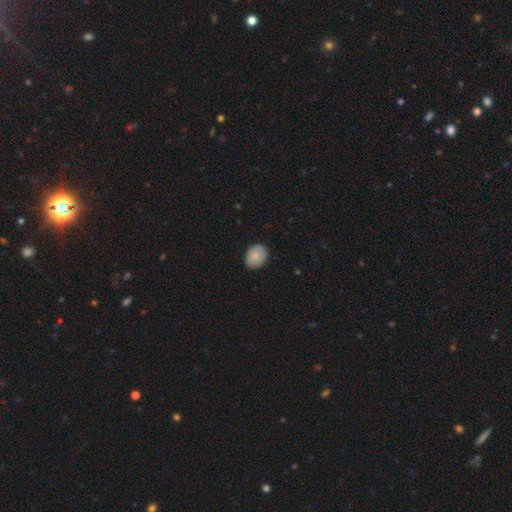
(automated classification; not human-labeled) smooth 86%, featured or disk 8%, star or artifact 7%. Down the decision tree: how rounded — in between (57%); merging — none (87%).